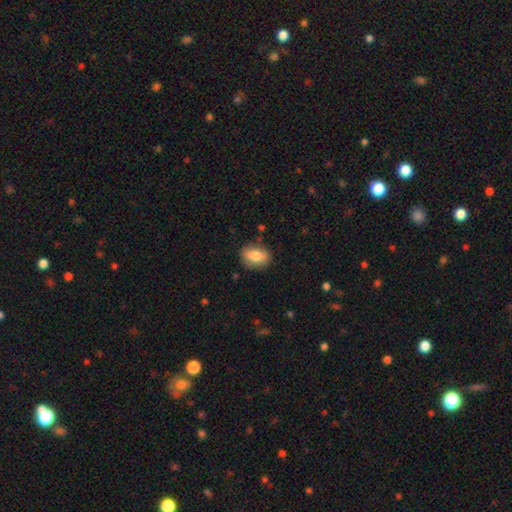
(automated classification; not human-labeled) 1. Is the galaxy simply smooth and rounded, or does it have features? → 81% smooth, 12% featured or disk, 7% star or artifact.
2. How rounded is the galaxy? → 80% in between, 19% round, 2% cigar-shaped.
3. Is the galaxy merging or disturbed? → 82% none, 14% minor disturbance, 3% major disturbance, 2% merger.